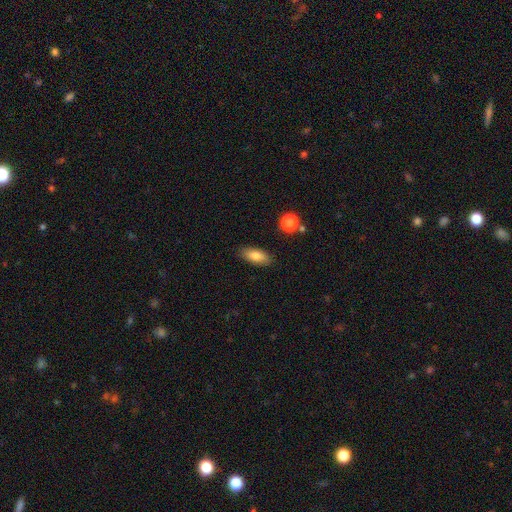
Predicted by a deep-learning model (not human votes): Morphology: type=smooth (80%); roundness=in between (79%); merging=none (85%).